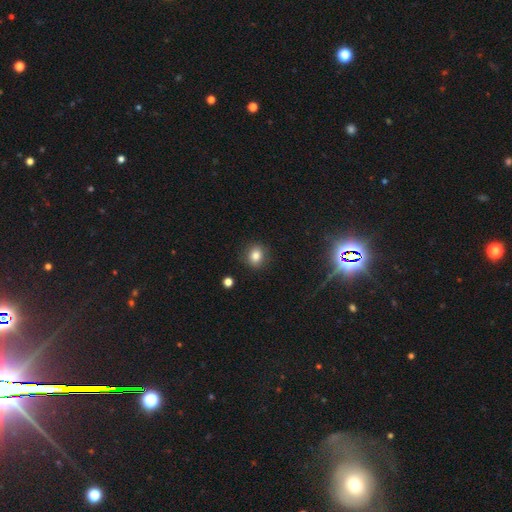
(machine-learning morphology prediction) smooth_or_featured: smooth (p=0.81) [alt: star or artifact p=0.12]
how_rounded: round (p=0.77) [alt: in between p=0.22]
merging: none (p=0.88) [alt: minor disturbance p=0.09]